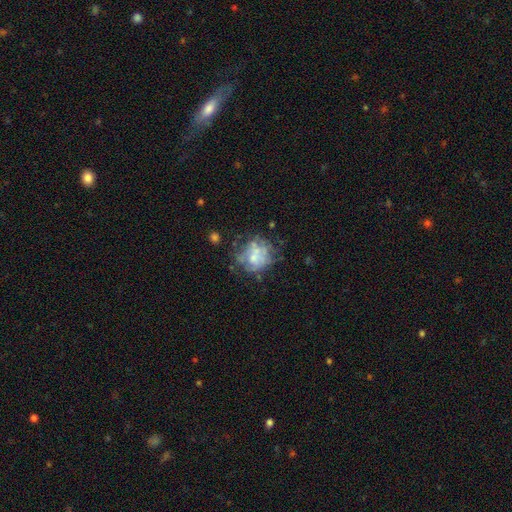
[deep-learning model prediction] Morphology: type=featured or disk (54%); edge-on=no (98%); bar=no (85%); spiral arms=no (79%); bulge=small (38%); merging=none (47%).